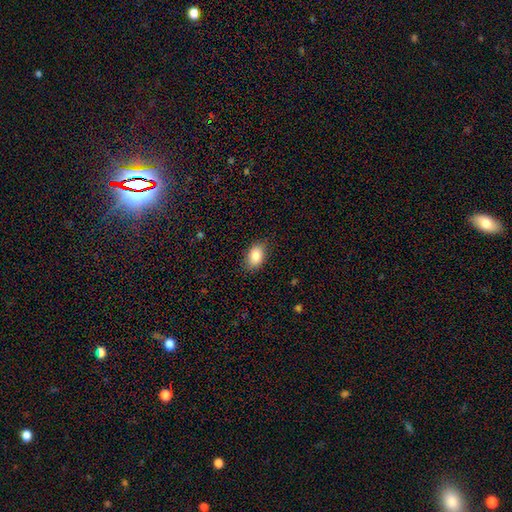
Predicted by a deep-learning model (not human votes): Smooth or featured? smooth (86%)
How rounded? in between (87%)
Merging? none (84%)